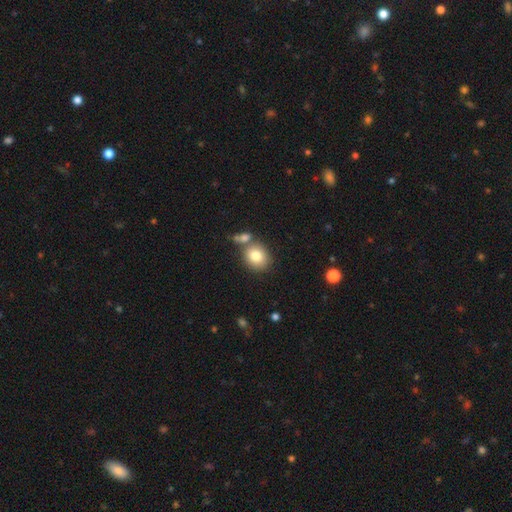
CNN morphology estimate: smooth_or_featured: smooth (p=0.80) [alt: featured or disk p=0.11]
how_rounded: round (p=0.70) [alt: in between p=0.29]
merging: none (p=0.60) [alt: merger p=0.26]